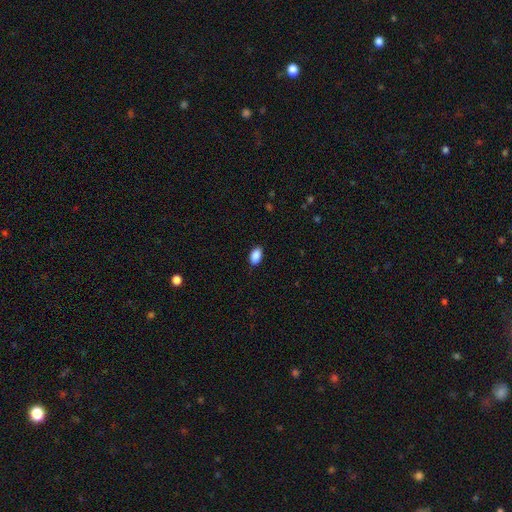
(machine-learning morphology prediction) Smooth or featured: smooth — 90% (star or artifact — 7%)
How rounded: in between — 92% (round — 6%)
Merging: none — 86% (minor disturbance — 11%)